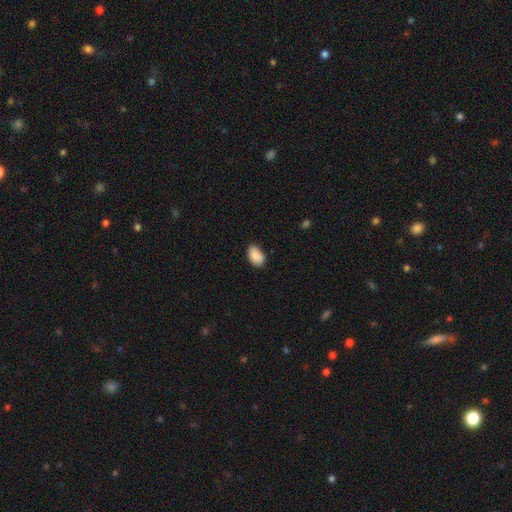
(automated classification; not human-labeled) Smooth or featured?
  - smooth: 89% *
  - star or artifact: 7%
  - featured or disk: 4%
How rounded?
  - in between: 91% *
  - round: 7%
  - cigar-shaped: 1%
Merging?
  - none: 76% *
  - minor disturbance: 19%
  - major disturbance: 3%
  - merger: 1%